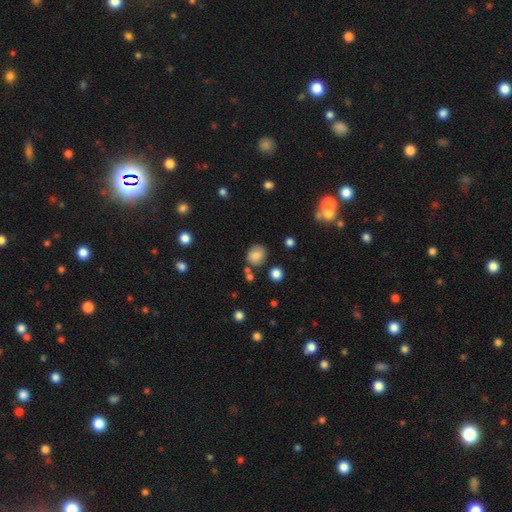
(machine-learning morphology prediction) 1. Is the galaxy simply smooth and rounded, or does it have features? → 80% smooth, 11% star or artifact, 9% featured or disk.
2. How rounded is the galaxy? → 69% round, 30% in between, 1% cigar-shaped.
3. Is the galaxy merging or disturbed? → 74% none, 15% minor disturbance, 6% merger, 4% major disturbance.